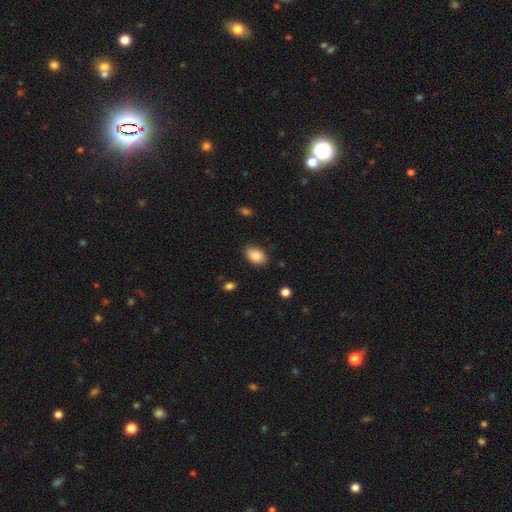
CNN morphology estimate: type=smooth (88%); roundness=in between (87%); merging=none (84%).